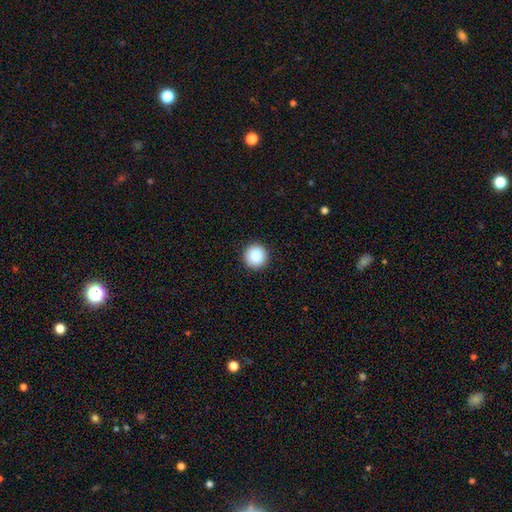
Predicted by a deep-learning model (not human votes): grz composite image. It shows a smooth galaxy with no disk features (87%) that is round (95%). Merging: none (92%).